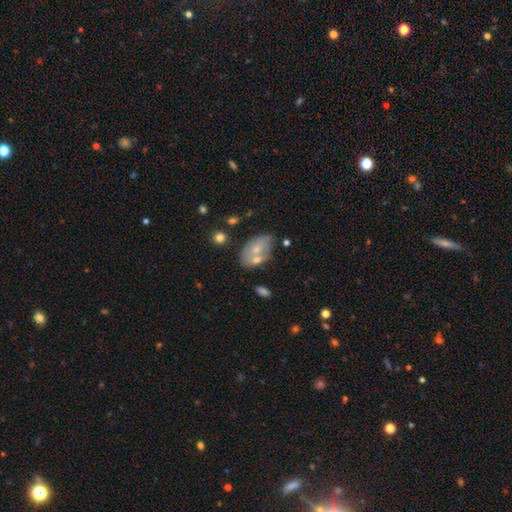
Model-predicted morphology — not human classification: The model was most divided on "merging": none: 48%, merger: 27%, minor disturbance: 19%, major disturbance: 6%. More confident: how rounded — in between (90%); smooth or featured — smooth (60%).